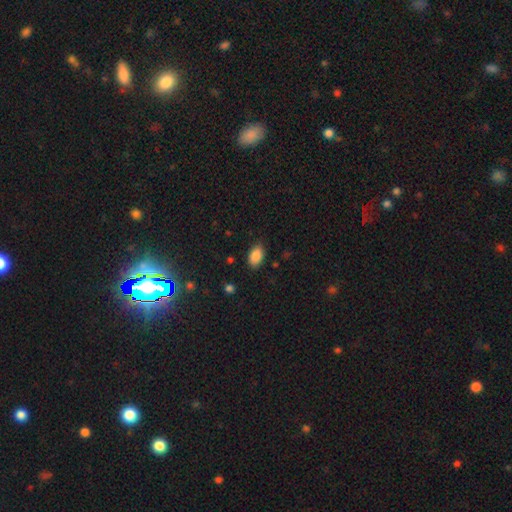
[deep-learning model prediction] A smooth galaxy with no disk features (87%) that is in between round and cigar-shaped (91%). Merging: none (82%).